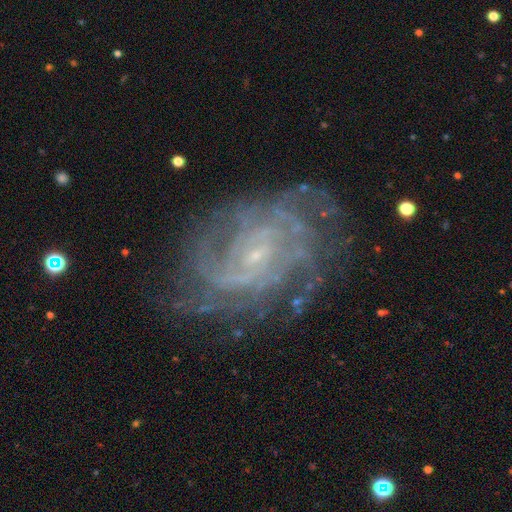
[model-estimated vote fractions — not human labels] A featured or disk galaxy (87%) with no bar (52%), tight (63%) spiral arms (95%) and a small central bulge (83%).

Vote fractions:
- Smooth or featured? featured or disk: 87% / star or artifact: 7% / smooth: 6%
- Edge-on disk? no: 97% / yes: 3%
- Bar? no: 52% / weak: 39% / strong: 10%
- Spiral arms? yes: 95% / no: 5%
- Spiral winding? tight: 63% / medium: 30% / loose: 7%
- Spiral arm count? can't tell: 35% / 4: 17% / 2: 14% / 3: 14% / more than 4: 12% / 1: 8%
- Bulge size? small: 83% / moderate: 10% / none: 5% / large: 1% / dominant: 1%
- Merging? none: 73% / minor disturbance: 17% / major disturbance: 8% / merger: 2%